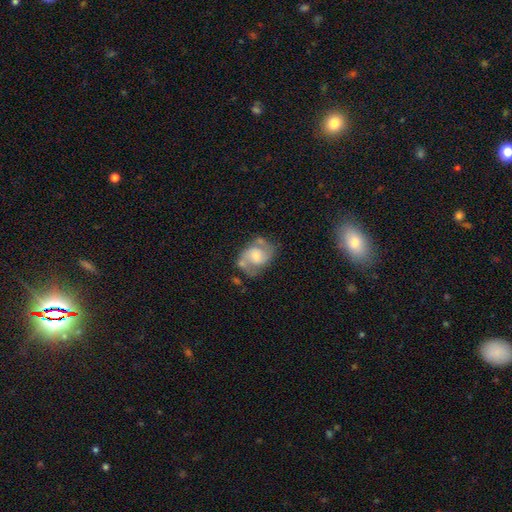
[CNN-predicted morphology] Smooth or featured: featured or disk — 71% (smooth — 22%)
Edge-on disk: no — 97% (yes — 3%)
Bar: no — 51% (weak — 40%)
Spiral arms: yes — 88% (no — 12%)
Spiral winding: medium — 52% (loose — 26%)
Spiral arm count: 2 — 85% (can't tell — 8%)
Bulge size: moderate — 45% (small — 35%)
Merging: none — 52% (minor disturbance — 24%)